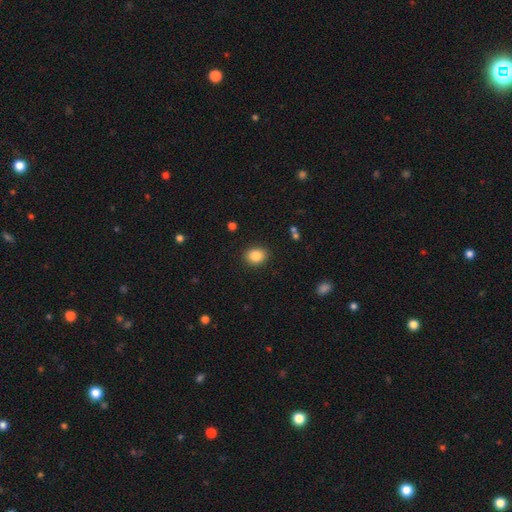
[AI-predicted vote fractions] Smooth or featured?
  - smooth: 85% *
  - star or artifact: 9%
  - featured or disk: 6%
How rounded?
  - round: 53% *
  - in between: 46%
  - cigar-shaped: 1%
Merging?
  - none: 90% *
  - minor disturbance: 7%
  - major disturbance: 2%
  - merger: 1%